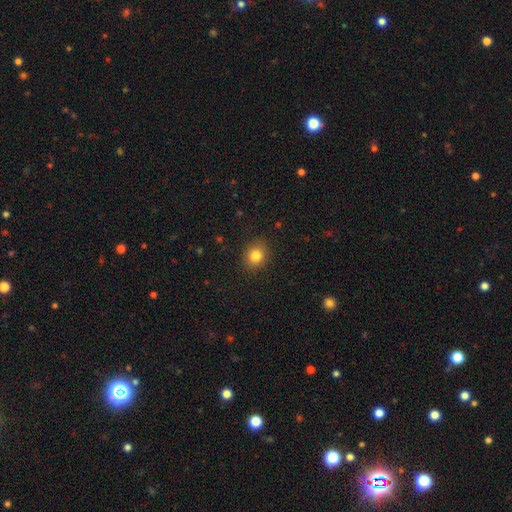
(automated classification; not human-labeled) A smooth galaxy with no disk features (83%) that is round (64%). Merging: none (88%).